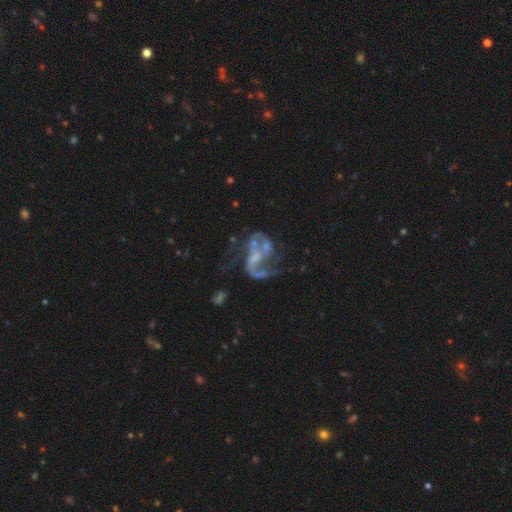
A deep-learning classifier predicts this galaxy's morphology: Smooth or featured? featured or disk (79%)
Edge-on disk? no (98%)
Bar? no (51%)
Spiral arms? yes (76%)
Spiral winding? loose (66%)
Spiral arm count? 2 (67%)
Bulge size? none (42%)
Merging? major disturbance (34%)